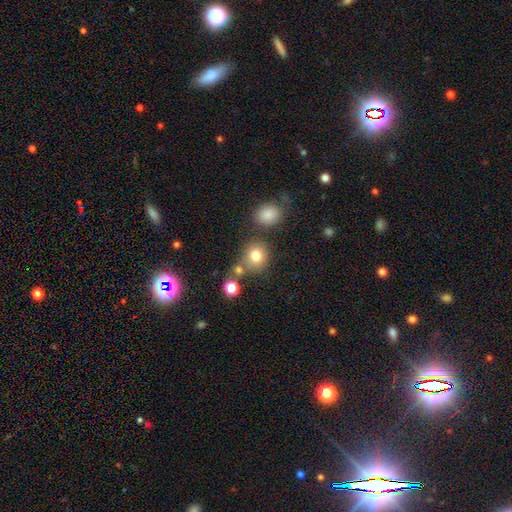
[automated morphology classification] Smooth or featured? smooth (79%)
How rounded? round (83%)
Merging? none (66%)